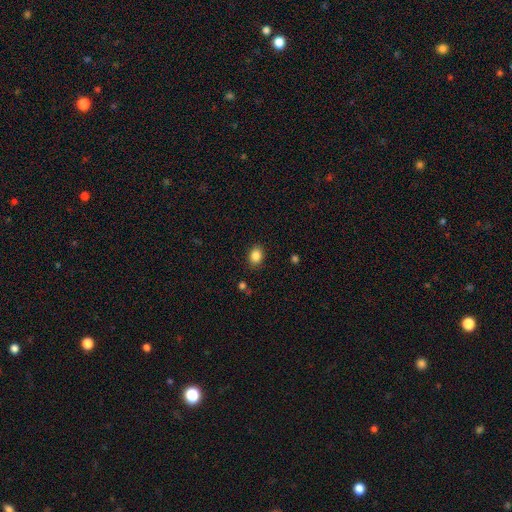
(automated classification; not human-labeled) The model was most divided on "how rounded": in between: 61%, round: 38%, cigar-shaped: 1%. More confident: merging — none (86%); smooth or featured — smooth (86%).